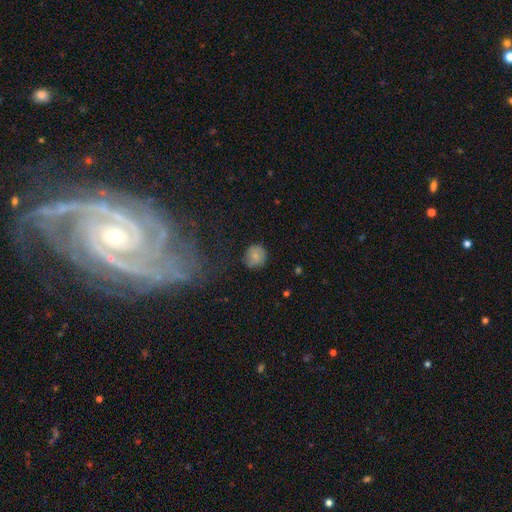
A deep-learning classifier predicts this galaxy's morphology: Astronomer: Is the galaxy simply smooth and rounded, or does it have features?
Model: smooth — 73%.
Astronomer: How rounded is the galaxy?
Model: round — 86%.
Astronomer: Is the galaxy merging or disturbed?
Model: none — 78%.